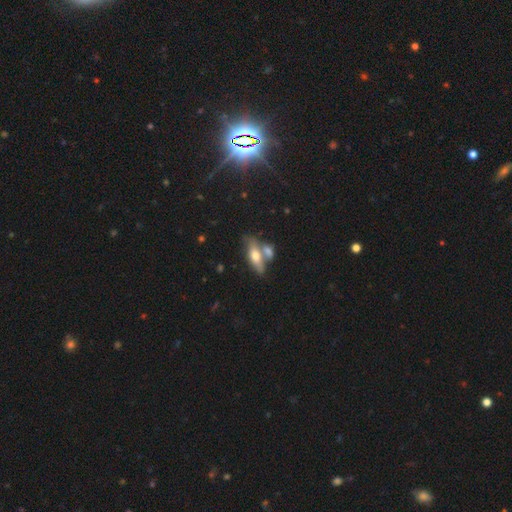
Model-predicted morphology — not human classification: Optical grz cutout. It shows a smooth galaxy with no disk features (54%) that is in between round and cigar-shaped (61%). Merging: none (45%).